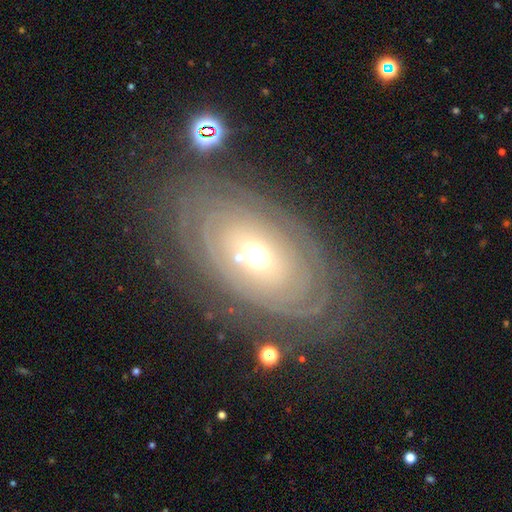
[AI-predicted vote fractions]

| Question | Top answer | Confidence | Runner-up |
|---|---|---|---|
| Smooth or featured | featured or disk | 80% | smooth (13%) |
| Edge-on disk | no | 93% | yes (7%) |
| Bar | no | 83% | weak (11%) |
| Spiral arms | yes | 82% | no (18%) |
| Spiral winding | tight | 84% | medium (12%) |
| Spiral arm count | can't tell | 46% | more than 4 (15%) |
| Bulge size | moderate | 63% | small (23%) |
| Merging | none | 74% | minor disturbance (14%) |